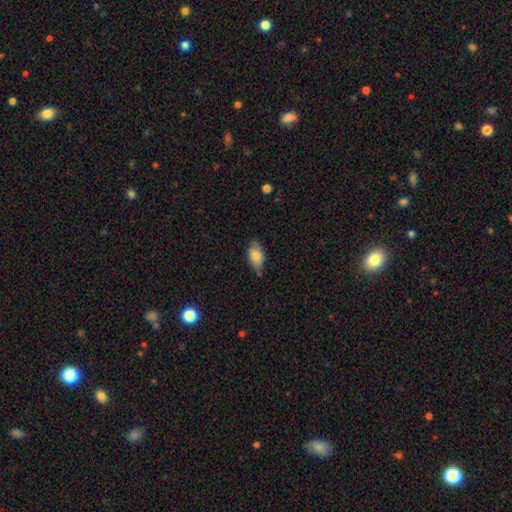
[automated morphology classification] Smooth or featured?
  - smooth: 81% *
  - featured or disk: 12%
  - star or artifact: 7%
How rounded?
  - in between: 92% *
  - round: 4%
  - cigar-shaped: 4%
Merging?
  - none: 65% *
  - minor disturbance: 28%
  - major disturbance: 5%
  - merger: 2%